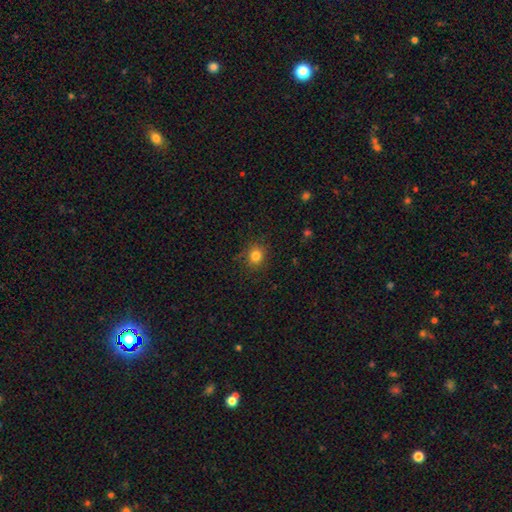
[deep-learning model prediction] smooth-or-featured: smooth: 81% | star or artifact: 13% | featured or disk: 6%
  how-rounded: round: 81% | in between: 18% | cigar-shaped: 1%
  merging: none: 86% | minor disturbance: 10% | major disturbance: 3% | merger: 1%